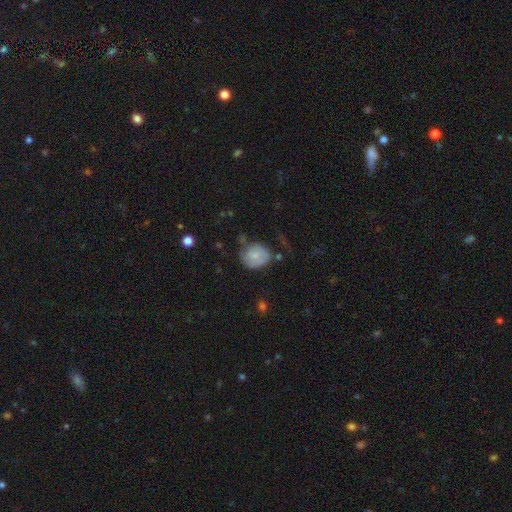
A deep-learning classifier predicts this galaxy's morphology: This appears to be a smooth galaxy with no disk features (72%) that is round (72%). Merging: none (51%).